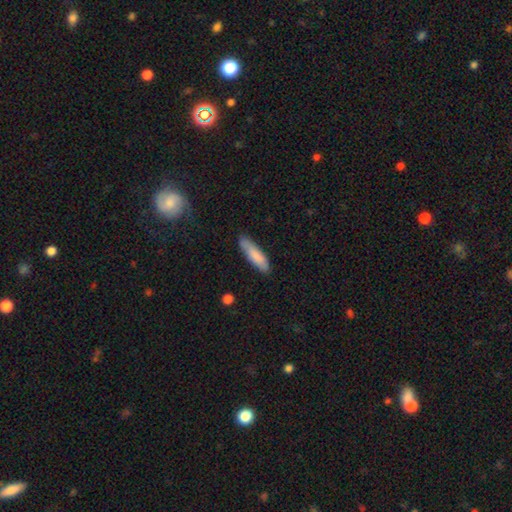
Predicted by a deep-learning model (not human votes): Smooth or featured?
  - smooth: 82% *
  - featured or disk: 13%
  - star or artifact: 6%
How rounded?
  - cigar-shaped: 66% *
  - in between: 33%
  - round: 1%
Merging?
  - none: 80% *
  - minor disturbance: 16%
  - major disturbance: 3%
  - merger: 1%